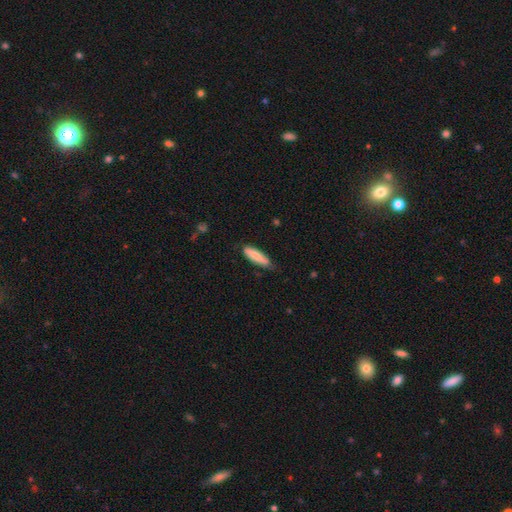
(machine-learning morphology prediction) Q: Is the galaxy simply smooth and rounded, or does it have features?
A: smooth — 81%.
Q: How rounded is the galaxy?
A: cigar-shaped — 61%.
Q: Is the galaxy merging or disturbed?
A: none — 66%.